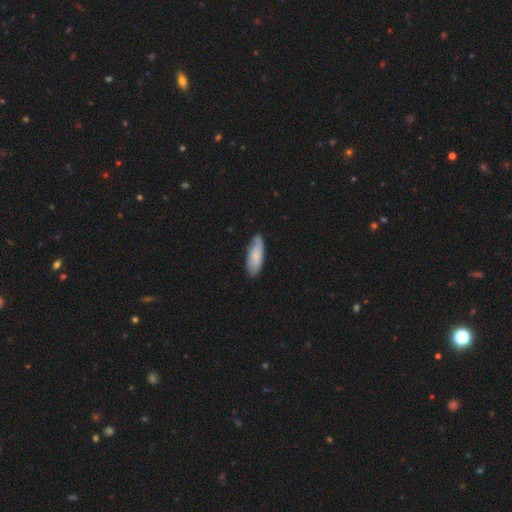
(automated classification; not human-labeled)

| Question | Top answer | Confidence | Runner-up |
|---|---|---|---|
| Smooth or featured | smooth | 76% | featured or disk (19%) |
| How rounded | in between | 64% | cigar-shaped (35%) |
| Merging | none | 75% | minor disturbance (21%) |